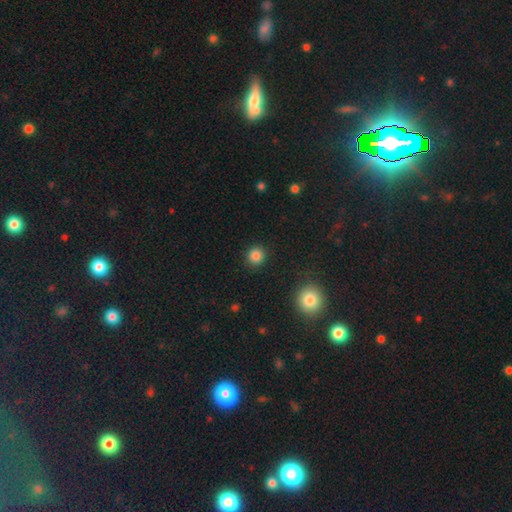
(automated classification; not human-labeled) Morphology: type=smooth (85%); roundness=round (91%); merging=none (91%).